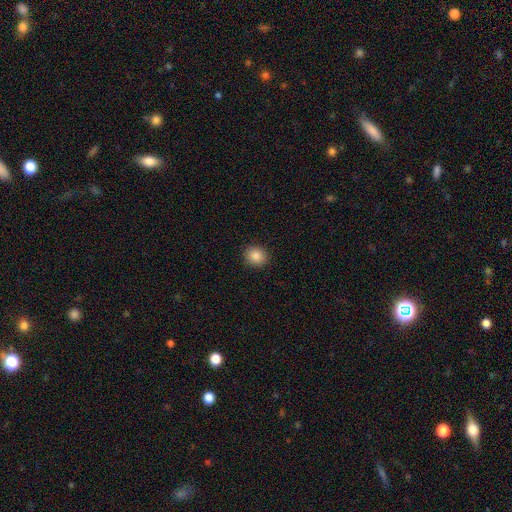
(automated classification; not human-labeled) Smooth or featured: smooth — 85% (star or artifact — 10%)
How rounded: round — 76% (in between — 23%)
Merging: none — 91% (minor disturbance — 6%)